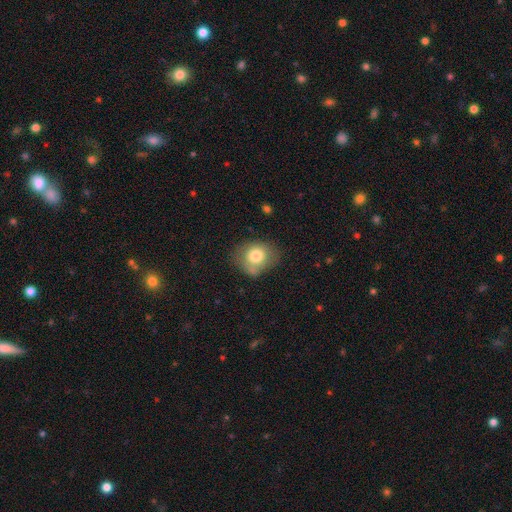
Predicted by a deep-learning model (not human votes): The model was most divided on "how rounded": round: 59%, in between: 40%, cigar-shaped: 1%. More confident: smooth or featured — smooth (77%); merging — none (57%).